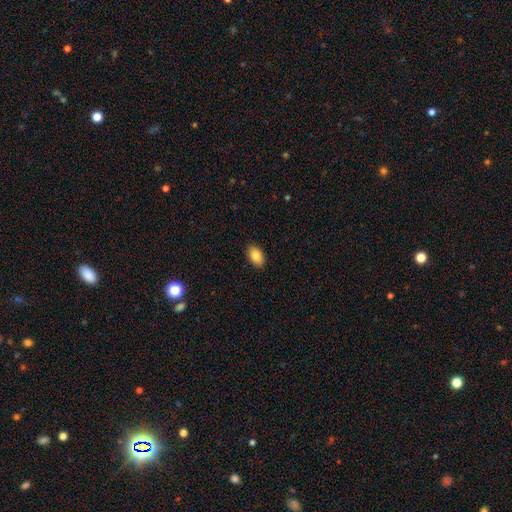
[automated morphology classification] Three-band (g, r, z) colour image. It shows a smooth galaxy with no disk features (85%) that is in between round and cigar-shaped (92%). Merging: none (90%).